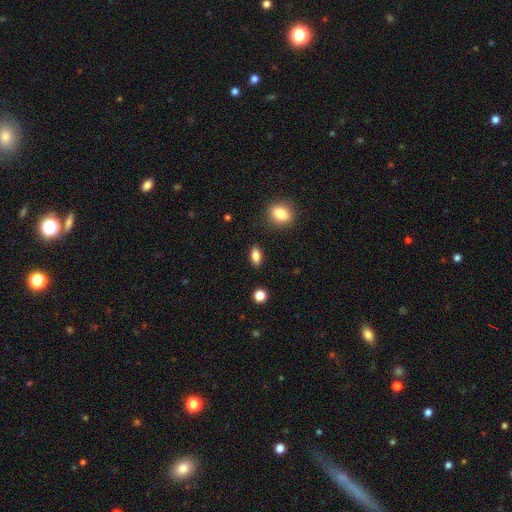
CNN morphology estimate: type=smooth (82%); roundness=in between (86%); merging=none (88%).